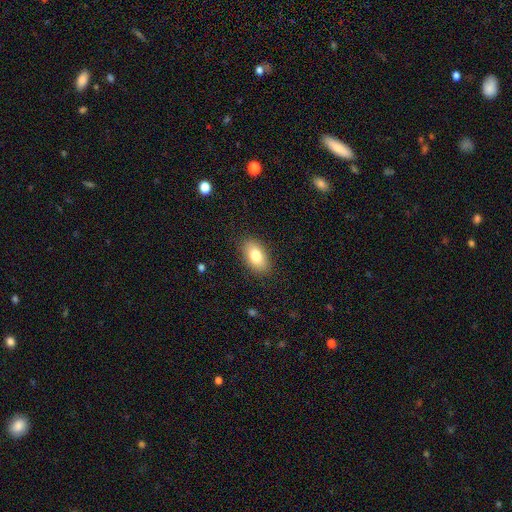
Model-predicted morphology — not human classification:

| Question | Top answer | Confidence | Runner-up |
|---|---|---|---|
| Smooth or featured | smooth | 80% | featured or disk (12%) |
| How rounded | in between | 91% | round (6%) |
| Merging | none | 87% | minor disturbance (10%) |